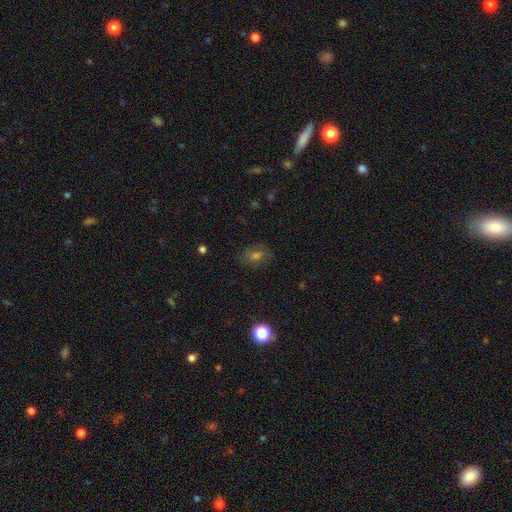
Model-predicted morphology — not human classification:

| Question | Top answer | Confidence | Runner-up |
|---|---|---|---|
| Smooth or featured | smooth | 51% | star or artifact (27%) |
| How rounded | in between | 63% | round (35%) |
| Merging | none | 78% | minor disturbance (15%) |